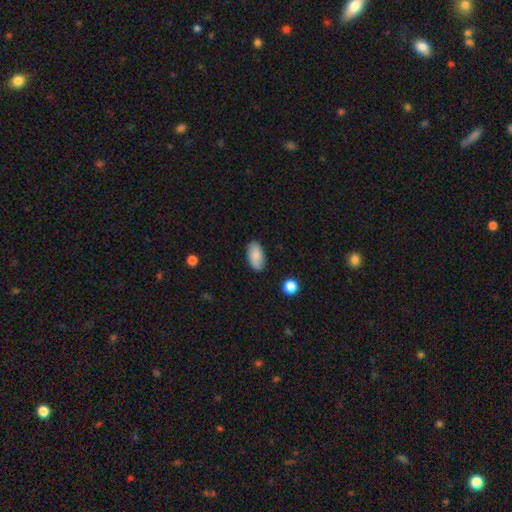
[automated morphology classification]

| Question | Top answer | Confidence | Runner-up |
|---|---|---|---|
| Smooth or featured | smooth | 84% | featured or disk (9%) |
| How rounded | in between | 94% | round (3%) |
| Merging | none | 86% | minor disturbance (11%) |